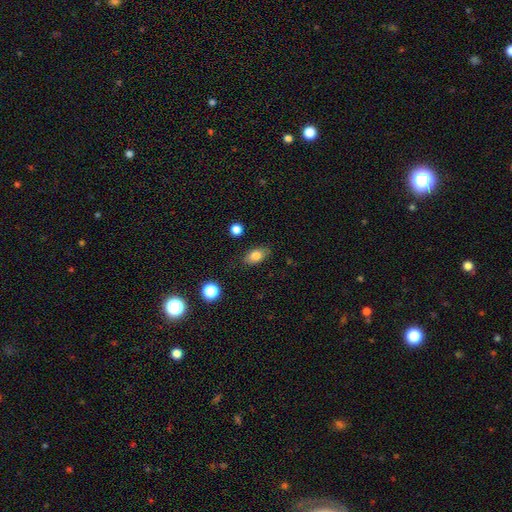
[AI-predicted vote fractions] Smooth or featured?
  - smooth: 79% *
  - featured or disk: 12%
  - star or artifact: 9%
How rounded?
  - in between: 87% *
  - round: 10%
  - cigar-shaped: 4%
Merging?
  - none: 82% *
  - minor disturbance: 13%
  - major disturbance: 3%
  - merger: 2%